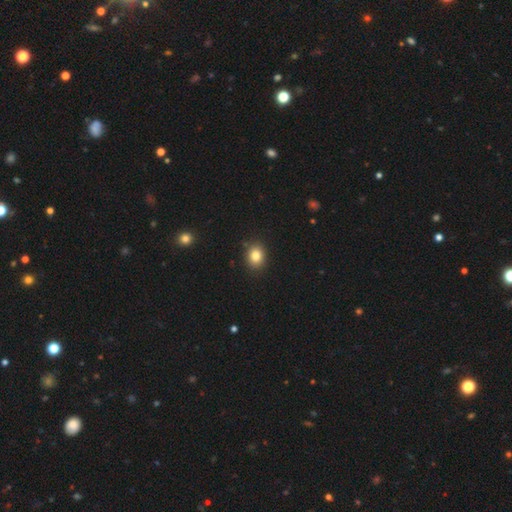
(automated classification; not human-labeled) Smooth or featured?
  - smooth: 83% *
  - star or artifact: 11%
  - featured or disk: 6%
How rounded?
  - round: 52% *
  - in between: 47%
  - cigar-shaped: 1%
Merging?
  - none: 88% *
  - minor disturbance: 8%
  - major disturbance: 2%
  - merger: 1%